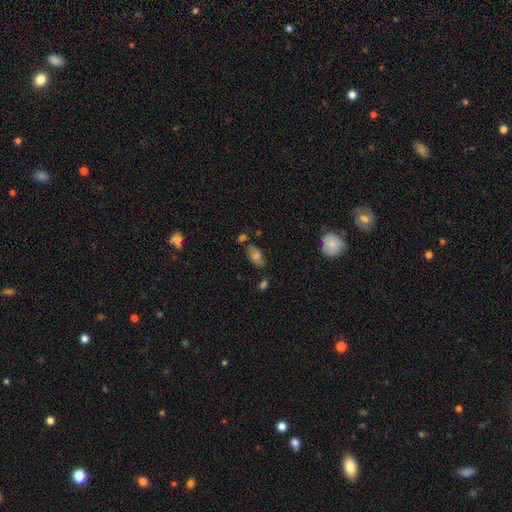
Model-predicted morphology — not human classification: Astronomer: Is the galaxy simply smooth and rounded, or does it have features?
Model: smooth — 53% (runner-up: featured or disk, 34%).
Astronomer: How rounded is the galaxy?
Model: in between — 84%.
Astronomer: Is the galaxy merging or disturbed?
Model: none — 66%.